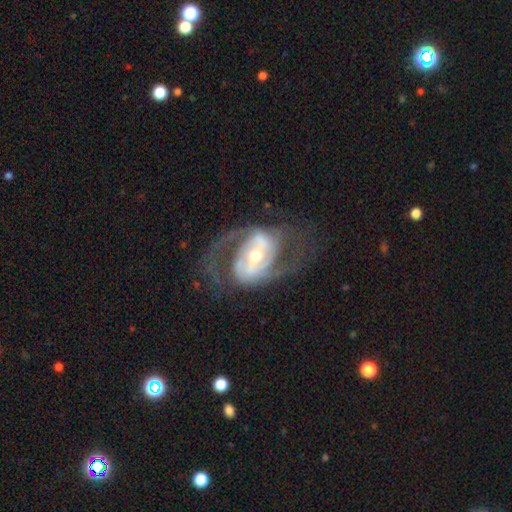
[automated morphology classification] Overall: featured or disk (88%). Edge-on disk: no (96%). Bar: strong (43%; weak 36%). Spiral arms: yes (92%). Spiral arm count: 2 (88%). Spiral winding: medium (53%; loose 29%). Bulge size: moderate (59%; small 33%). Merging: none (65%).